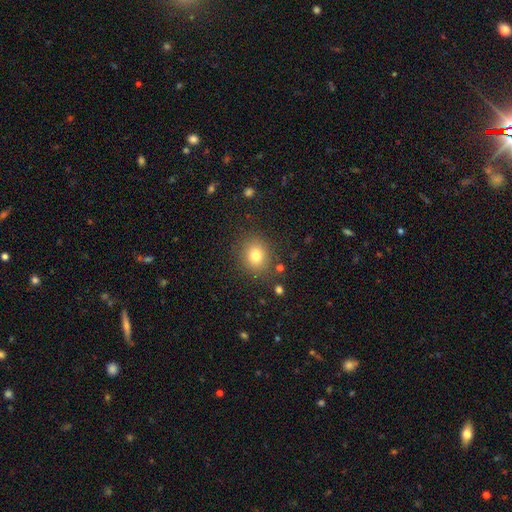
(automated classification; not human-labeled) This is likely a smooth galaxy (79%). How rounded: likely round (71%). Merging: clearly none (85%).